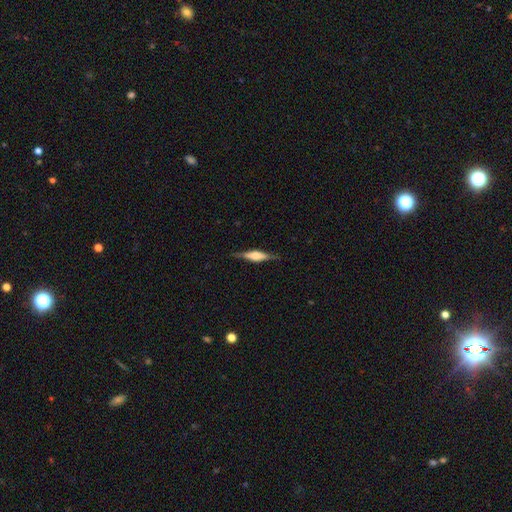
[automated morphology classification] This appears to be a featured or disk galaxy (67%) viewed edge-on (97%) with a rounded central bulge (67%). Merging: none (86%).